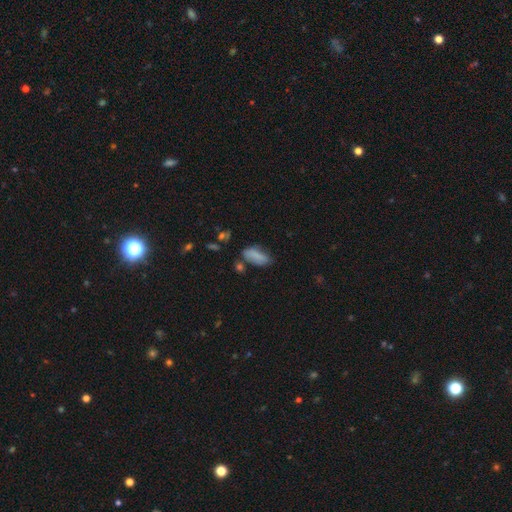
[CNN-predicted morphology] Smooth or featured? smooth (80%)
How rounded? in between (78%)
Merging? none (56%)